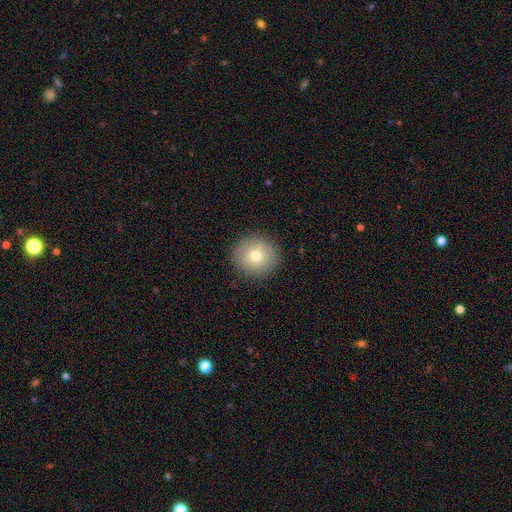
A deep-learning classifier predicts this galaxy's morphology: This is likely a smooth galaxy (74%). How rounded: clearly round (91%). Merging: clearly none (89%).